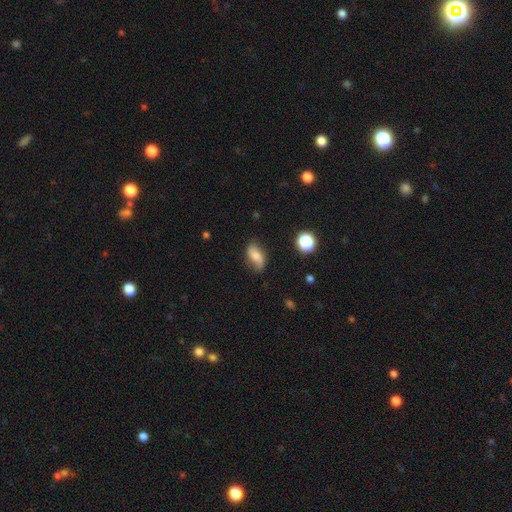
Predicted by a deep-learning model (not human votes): A smooth galaxy with no disk features (60%) that is in between round and cigar-shaped (87%).

Vote fractions:
- Smooth or featured? smooth: 60% / featured or disk: 30% / star or artifact: 10%
- How rounded? in between: 87% / round: 7% / cigar-shaped: 6%
- Merging? none: 66% / minor disturbance: 25% / major disturbance: 7% / merger: 2%